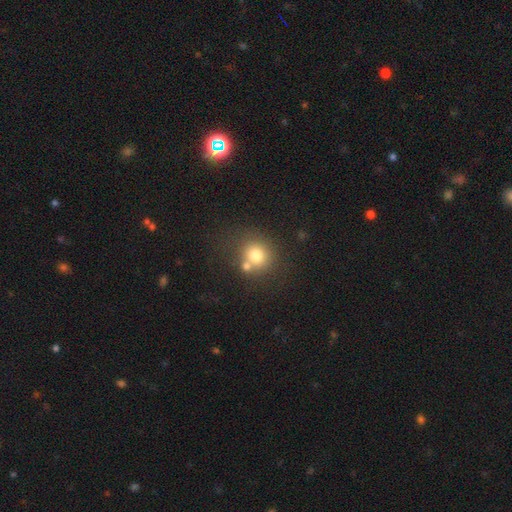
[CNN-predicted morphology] type=smooth (75%); roundness=round (84%); merging=none (59%).